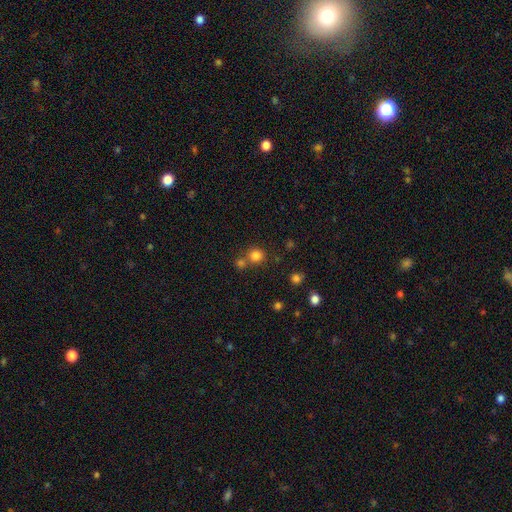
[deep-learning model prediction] Smooth or featured? Predicted: smooth (p=0.79). How rounded? Predicted: round (p=0.90). Merging? Predicted: none (p=0.63).